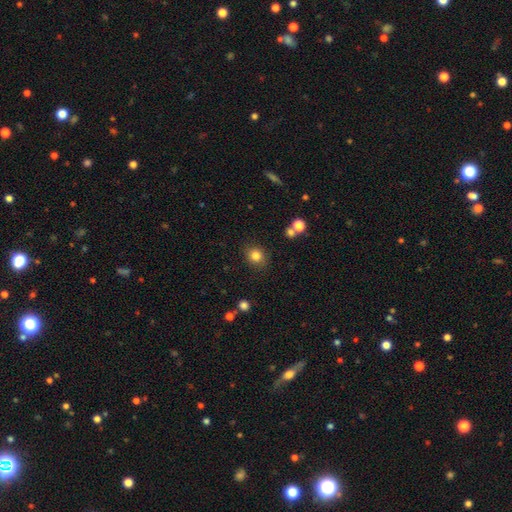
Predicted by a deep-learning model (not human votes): Smooth or featured?
  - smooth: 83% *
  - star or artifact: 12%
  - featured or disk: 6%
How rounded?
  - round: 80% *
  - in between: 19%
  - cigar-shaped: 1%
Merging?
  - none: 85% *
  - minor disturbance: 9%
  - major disturbance: 3%
  - merger: 3%